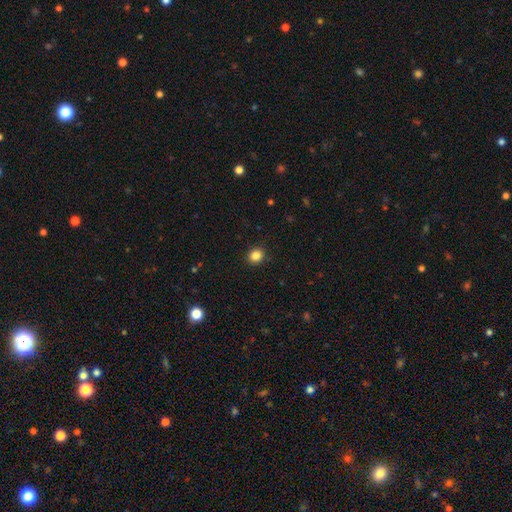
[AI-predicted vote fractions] Smooth or featured: smooth — 84% (star or artifact — 11%)
How rounded: round — 75% (in between — 24%)
Merging: none — 91% (minor disturbance — 6%)